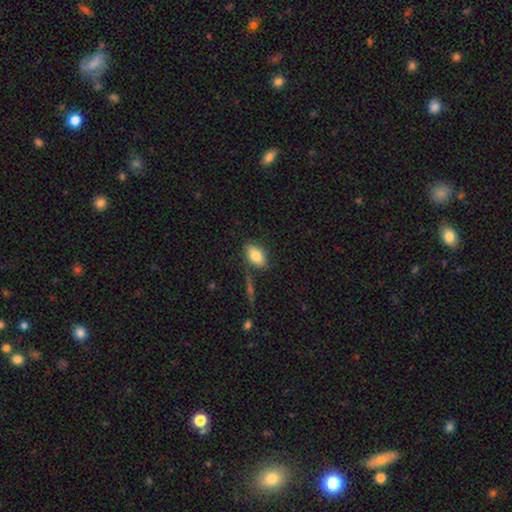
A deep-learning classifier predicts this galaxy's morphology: This is likely a smooth galaxy (77%). How rounded: clearly in between (87%). Merging: likely none (78%).